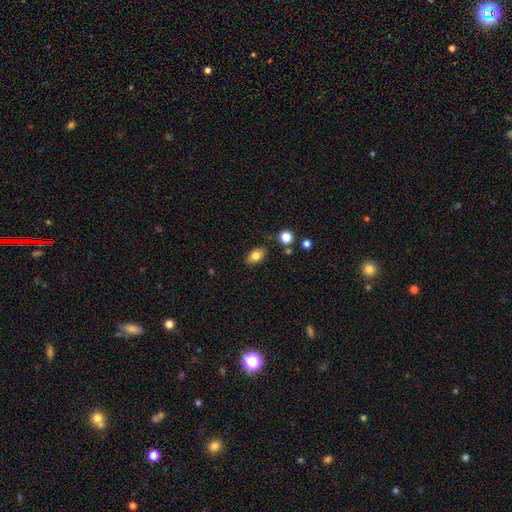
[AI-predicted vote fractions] Smooth or featured? Predicted: smooth (p=0.79). How rounded? Predicted: in between (p=0.88). Merging? Predicted: none (p=0.83).